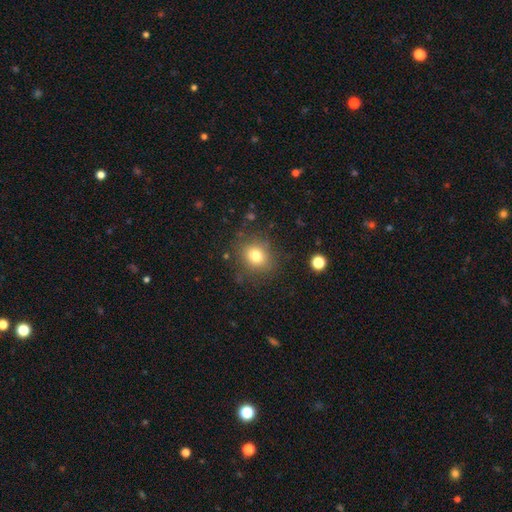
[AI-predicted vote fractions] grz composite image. It shows a smooth galaxy with no disk features (78%) that is round (73%). Merging: none (81%).